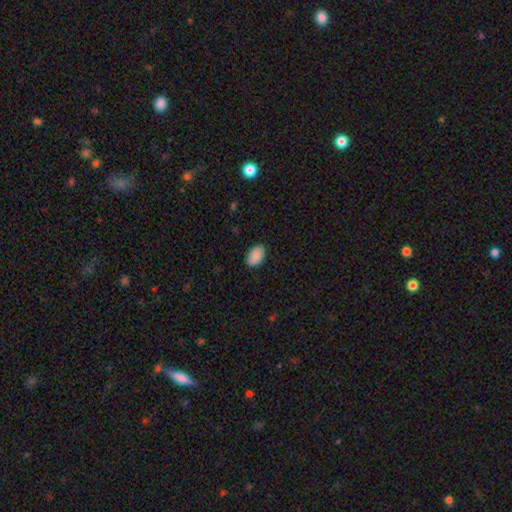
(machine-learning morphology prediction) smooth-or-featured: smooth: 89% | star or artifact: 7% | featured or disk: 4%
  how-rounded: in between: 90% | round: 9% | cigar-shaped: 1%
  merging: none: 87% | minor disturbance: 10% | major disturbance: 2% | merger: 1%